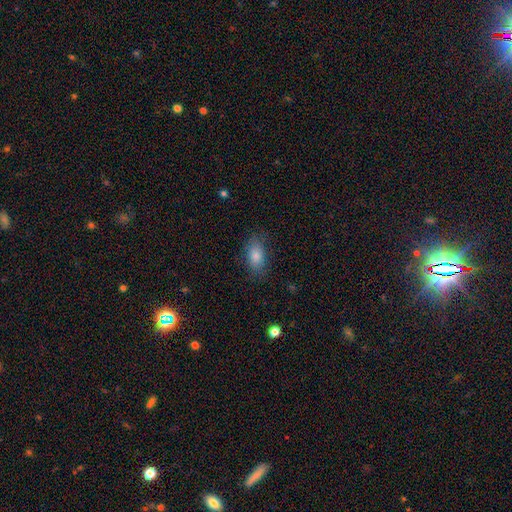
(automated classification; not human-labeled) Smooth or featured?
  - smooth: 79% *
  - featured or disk: 11%
  - star or artifact: 10%
How rounded?
  - in between: 87% *
  - round: 7%
  - cigar-shaped: 6%
Merging?
  - none: 80% *
  - minor disturbance: 14%
  - major disturbance: 4%
  - merger: 1%